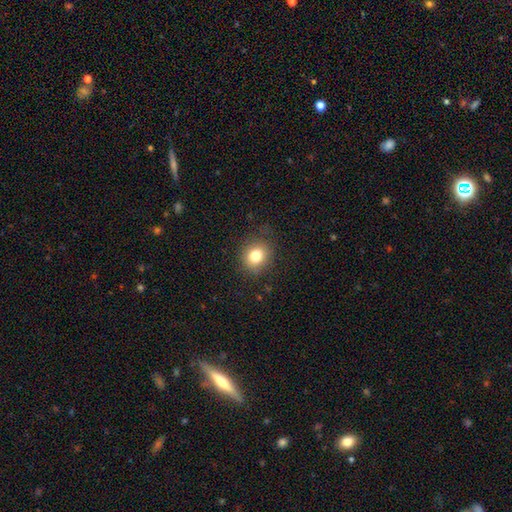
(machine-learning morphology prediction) Smooth or featured? smooth (80%)
How rounded? round (77%)
Merging? none (85%)